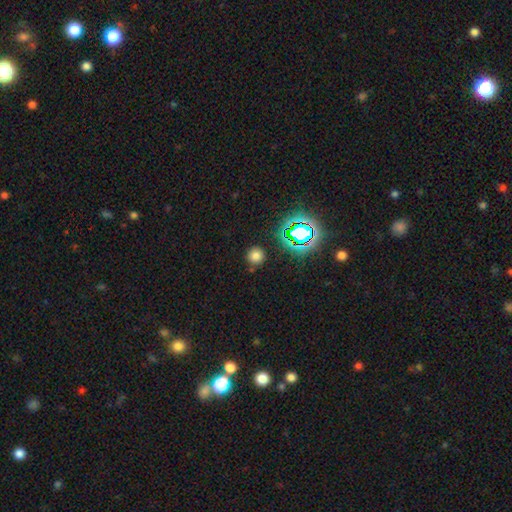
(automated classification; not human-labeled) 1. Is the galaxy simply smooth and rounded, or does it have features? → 70% smooth, 23% star or artifact, 7% featured or disk.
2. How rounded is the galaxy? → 93% round, 6% in between, 1% cigar-shaped.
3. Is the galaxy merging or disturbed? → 85% none, 8% minor disturbance, 4% merger, 3% major disturbance.